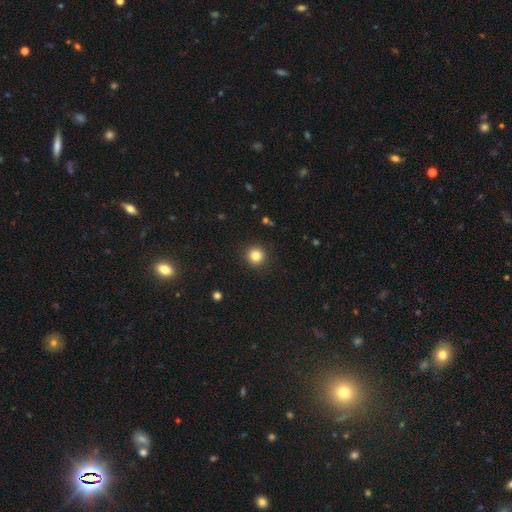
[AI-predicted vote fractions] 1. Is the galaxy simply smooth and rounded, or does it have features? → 83% smooth, 12% star or artifact, 5% featured or disk.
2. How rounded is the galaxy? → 94% round, 5% in between, 1% cigar-shaped.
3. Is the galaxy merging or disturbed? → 91% none, 5% minor disturbance, 2% major disturbance, 1% merger.